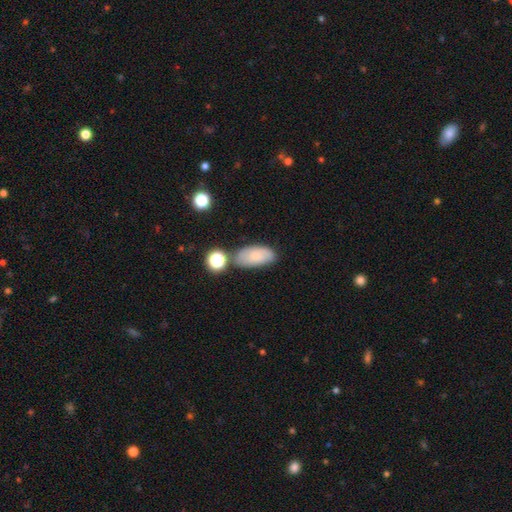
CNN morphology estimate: Overall: smooth (73%). How rounded: in between (91%). Merging: none (64%).